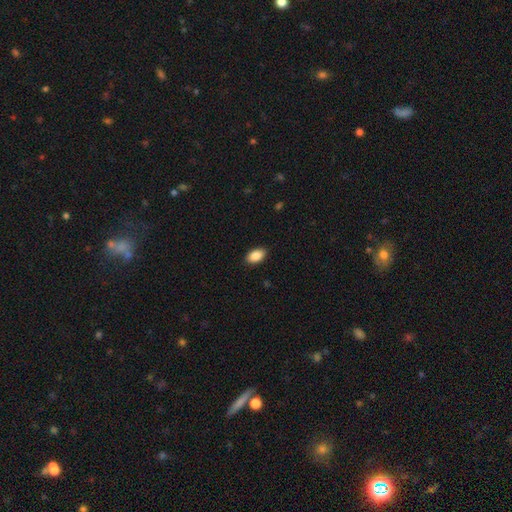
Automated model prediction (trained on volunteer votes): smooth 88%, star or artifact 7%, featured or disk 5%. Down the decision tree: how rounded — in between (93%); merging — none (88%).